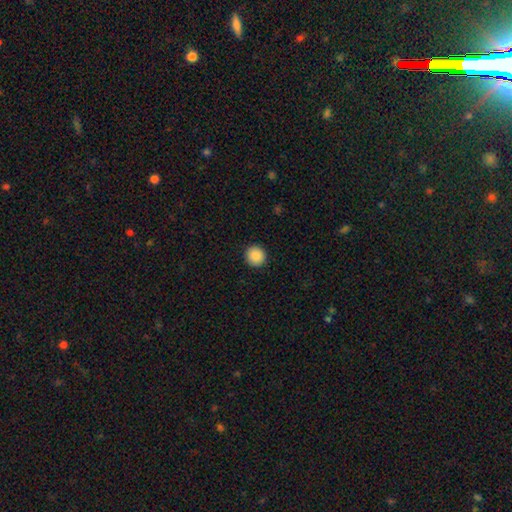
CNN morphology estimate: type=smooth (88%); roundness=round (94%); merging=none (93%).